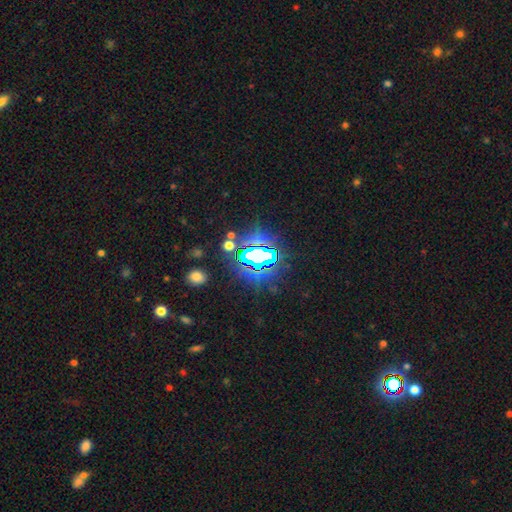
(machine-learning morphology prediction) This is likely a star or artifact rather than a galaxy (75%).